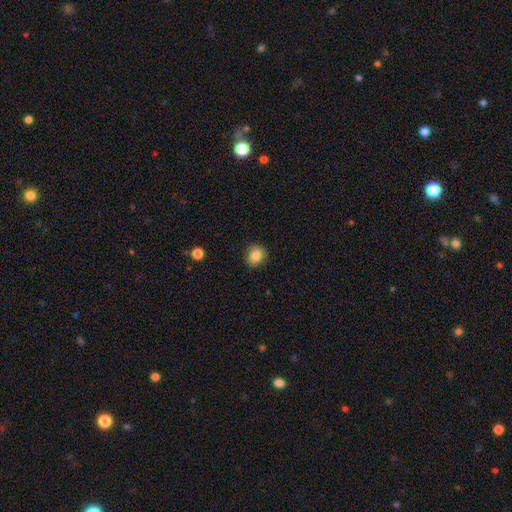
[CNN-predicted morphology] Smooth or featured: smooth — 84% (star or artifact — 10%)
How rounded: round — 79% (in between — 20%)
Merging: none — 88% (minor disturbance — 9%)